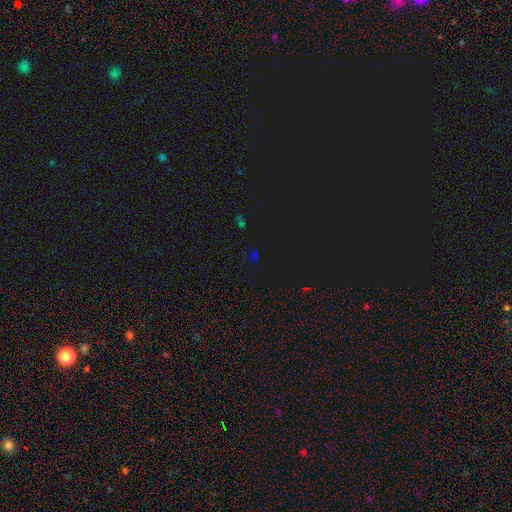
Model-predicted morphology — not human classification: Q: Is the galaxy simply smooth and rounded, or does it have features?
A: star or artifact — 72%.